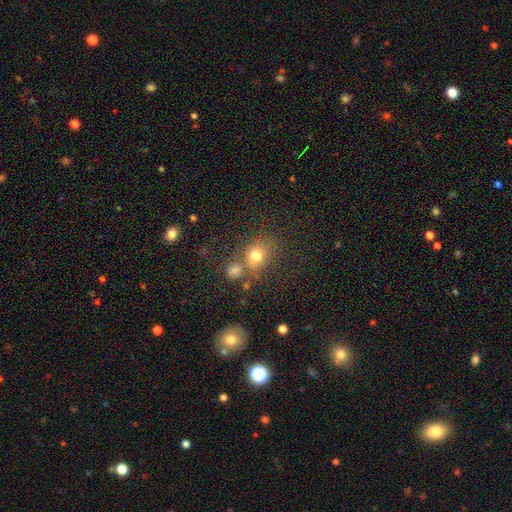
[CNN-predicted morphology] Smooth or featured: smooth — 74% (star or artifact — 15%)
How rounded: round — 50% (in between — 48%)
Merging: none — 55% (merger — 23%)